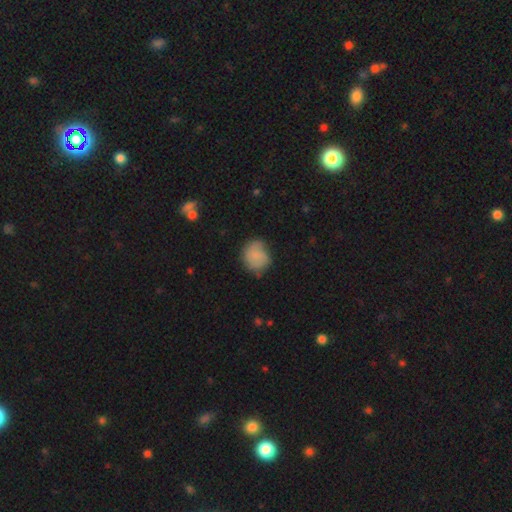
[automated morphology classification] Q: Smooth or featured?
A: smooth (70%); runner-up: featured or disk (22%)
Q: How rounded?
A: round (75%); runner-up: in between (24%)
Q: Merging?
A: none (61%); runner-up: minor disturbance (28%)